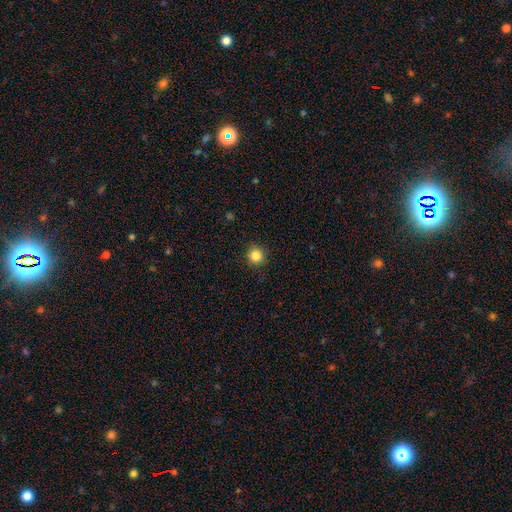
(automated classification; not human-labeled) This appears to be a smooth galaxy with no disk features (85%) that is round (94%). Merging: none (91%).